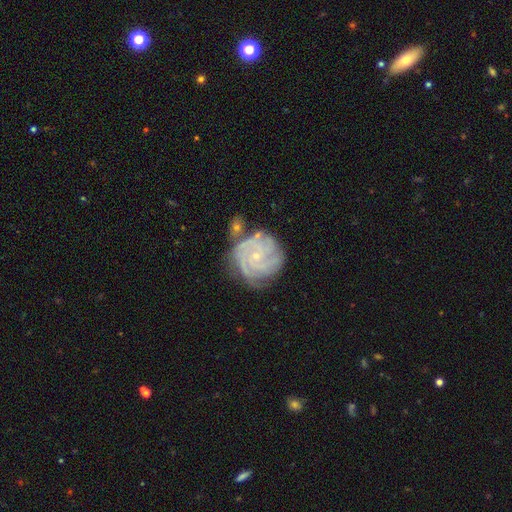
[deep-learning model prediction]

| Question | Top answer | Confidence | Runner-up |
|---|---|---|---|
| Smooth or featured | featured or disk | 87% | smooth (7%) |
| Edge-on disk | no | 98% | yes (2%) |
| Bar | no | 76% | weak (19%) |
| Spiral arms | yes | 97% | no (3%) |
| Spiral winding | tight | 76% | medium (20%) |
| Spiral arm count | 4 | 32% | 3 (28%) |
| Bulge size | small | 84% | moderate (12%) |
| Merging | none | 64% | minor disturbance (20%) |